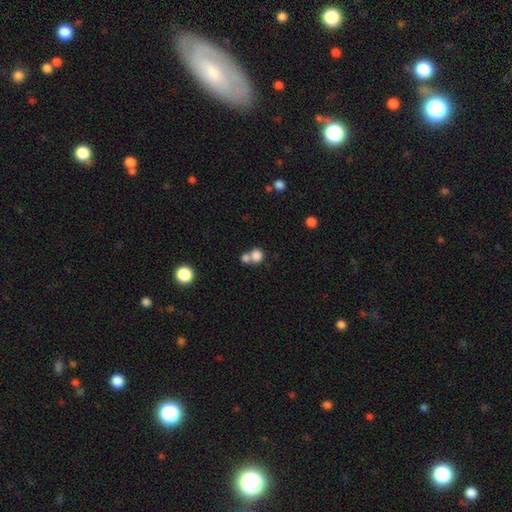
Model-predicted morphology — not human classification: Smooth or featured?
  - smooth: 80% *
  - star or artifact: 11%
  - featured or disk: 9%
How rounded?
  - round: 74% *
  - in between: 25%
  - cigar-shaped: 1%
Merging?
  - merger: 49% *
  - none: 39%
  - minor disturbance: 7%
  - major disturbance: 4%